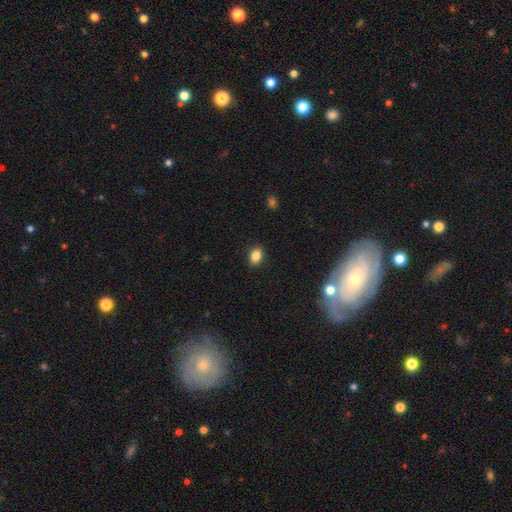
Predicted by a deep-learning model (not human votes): smooth-or-featured: smooth: 84% | star or artifact: 10% | featured or disk: 6%
  how-rounded: in between: 72% | round: 27% | cigar-shaped: 2%
  merging: none: 88% | minor disturbance: 8% | major disturbance: 2% | merger: 1%